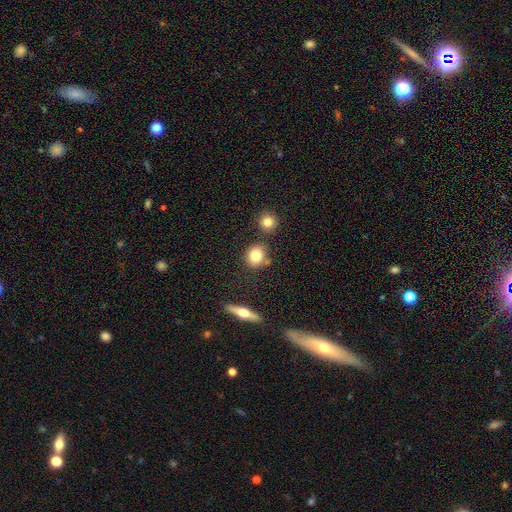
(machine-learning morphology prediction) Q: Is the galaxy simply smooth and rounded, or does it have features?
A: smooth — 80%.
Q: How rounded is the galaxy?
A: round — 65%.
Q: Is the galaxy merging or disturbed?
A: none — 74%.